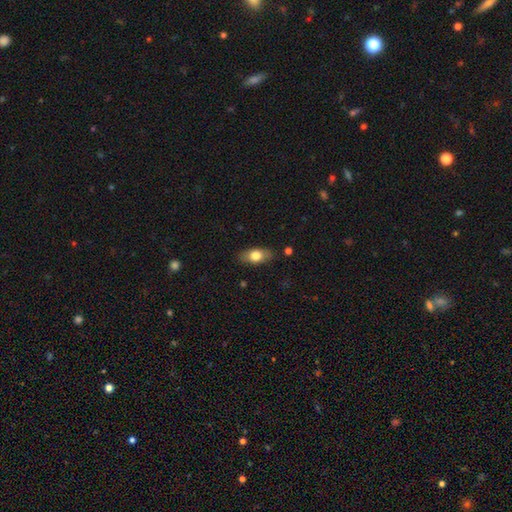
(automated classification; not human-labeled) Smooth or featured? Predicted: smooth (p=0.74). How rounded? Predicted: in between (p=0.85). Merging? Predicted: none (p=0.84).